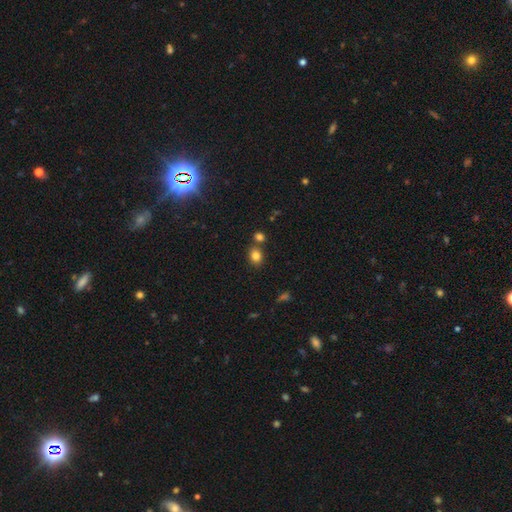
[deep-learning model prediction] Smooth or featured?
  - smooth: 83% *
  - star or artifact: 11%
  - featured or disk: 6%
How rounded?
  - in between: 54% *
  - round: 45%
  - cigar-shaped: 1%
Merging?
  - none: 69% *
  - merger: 17%
  - minor disturbance: 10%
  - major disturbance: 3%